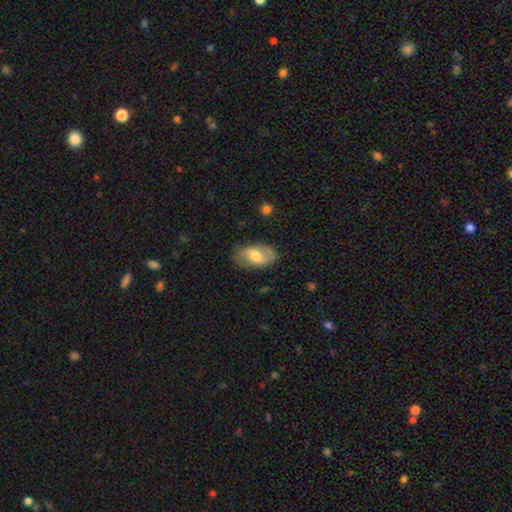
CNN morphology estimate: smooth-or-featured: smooth: 50% | featured or disk: 43% | star or artifact: 7%
  how-rounded: in between: 92% | round: 6% | cigar-shaped: 2%
  merging: none: 74% | minor disturbance: 19% | major disturbance: 6% | merger: 1%